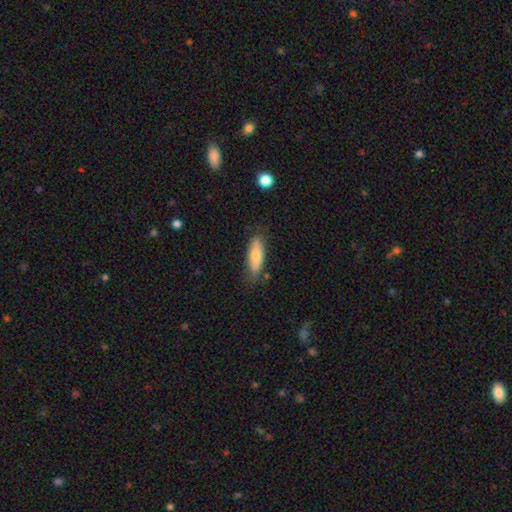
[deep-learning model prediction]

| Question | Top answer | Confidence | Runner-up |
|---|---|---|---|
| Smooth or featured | smooth | 70% | featured or disk (23%) |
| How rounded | in between | 50% | cigar-shaped (48%) |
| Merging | none | 79% | minor disturbance (16%) |